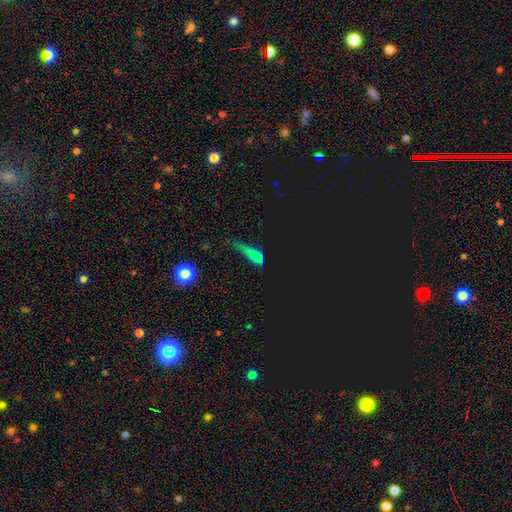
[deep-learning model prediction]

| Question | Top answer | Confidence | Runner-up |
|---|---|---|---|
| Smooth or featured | star or artifact | 46% | smooth (37%) |